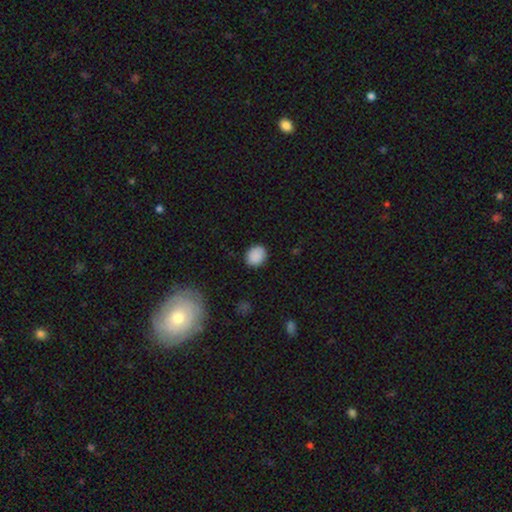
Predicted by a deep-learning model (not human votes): smooth 89%, star or artifact 9%, featured or disk 3%. Down the decision tree: how rounded — round (66%); merging — none (88%).